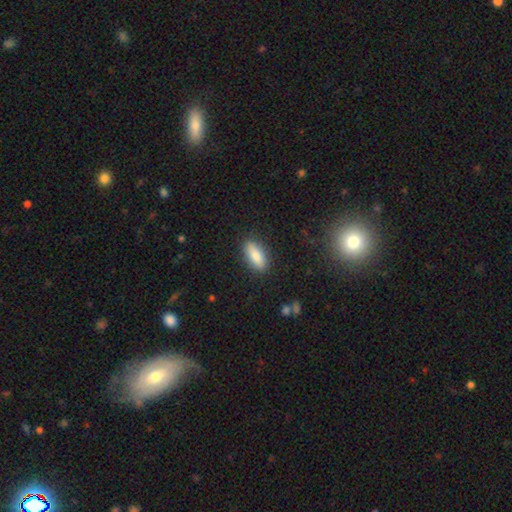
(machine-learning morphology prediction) This appears to be a smooth galaxy with no disk features (82%) that is in between round and cigar-shaped (71%). Merging: none (87%).